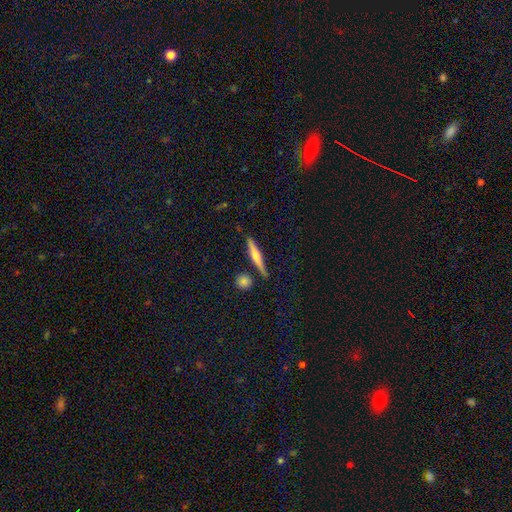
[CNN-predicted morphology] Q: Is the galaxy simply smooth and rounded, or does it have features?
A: featured or disk — 50%.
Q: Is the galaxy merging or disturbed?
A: none — 84%.